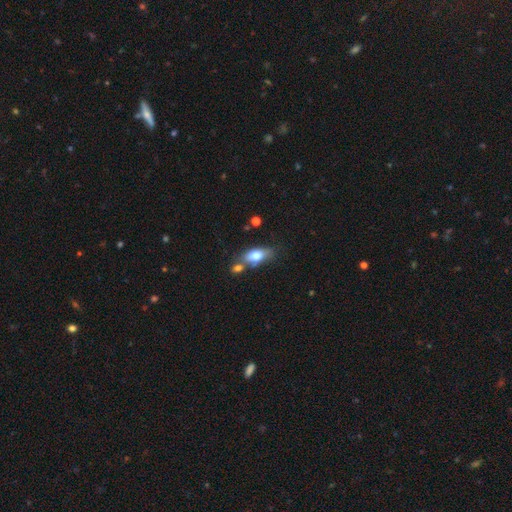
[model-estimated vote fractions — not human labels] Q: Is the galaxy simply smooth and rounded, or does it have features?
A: smooth — 75%.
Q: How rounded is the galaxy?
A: in between — 82%.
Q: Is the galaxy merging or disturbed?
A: none — 51%.